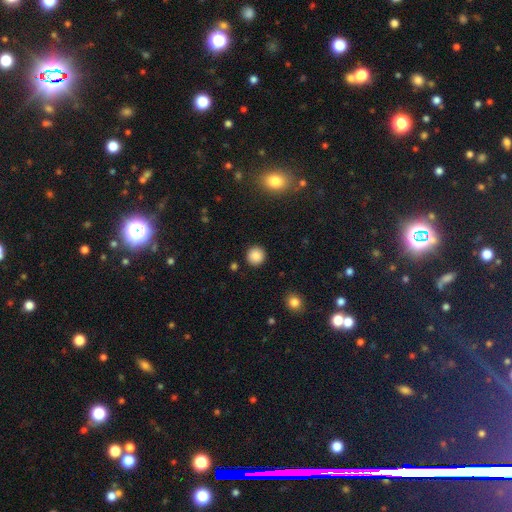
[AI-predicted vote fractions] Smooth or featured? smooth (87%)
How rounded? round (93%)
Merging? none (91%)